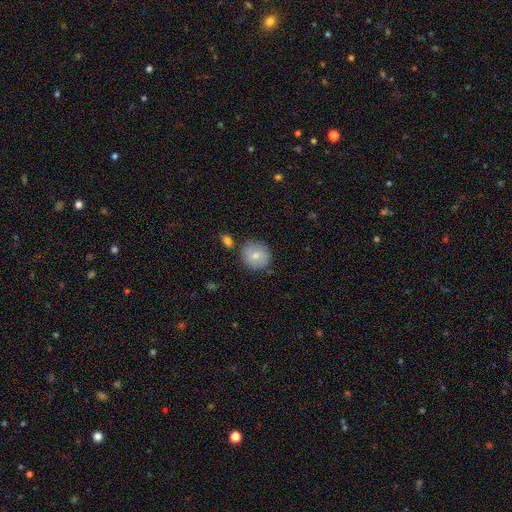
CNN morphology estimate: Q: Smooth or featured?
A: smooth (75%); runner-up: featured or disk (18%)
Q: How rounded?
A: round (90%); runner-up: in between (9%)
Q: Merging?
A: none (82%); runner-up: minor disturbance (11%)